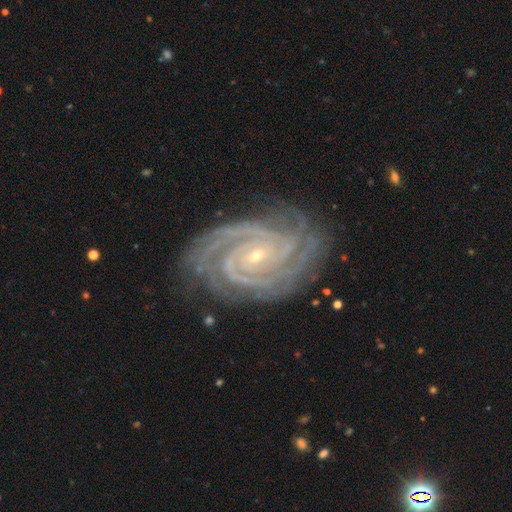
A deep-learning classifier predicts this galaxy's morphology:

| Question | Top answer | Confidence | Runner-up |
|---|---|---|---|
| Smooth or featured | featured or disk | 93% | star or artifact (5%) |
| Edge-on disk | no | 97% | yes (3%) |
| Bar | no | 55% | weak (29%) |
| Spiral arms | yes | 99% | no (1%) |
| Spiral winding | tight | 80% | medium (18%) |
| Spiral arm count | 3 | 25% | 2 (23%) |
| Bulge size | small | 84% | moderate (13%) |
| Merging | none | 80% | minor disturbance (14%) |